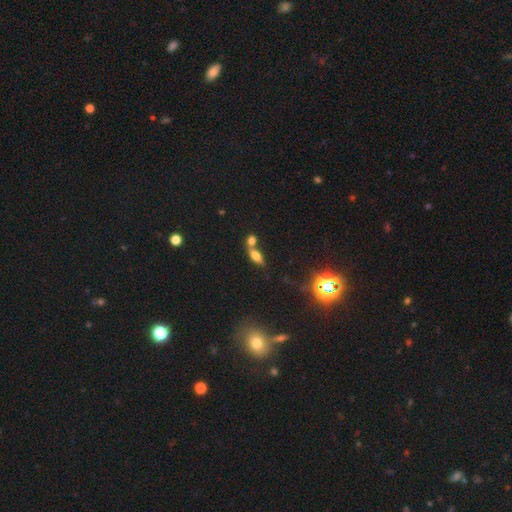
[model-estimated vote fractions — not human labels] Morphology: type=smooth (62%); roundness=in between (72%); merging=merger (45%).